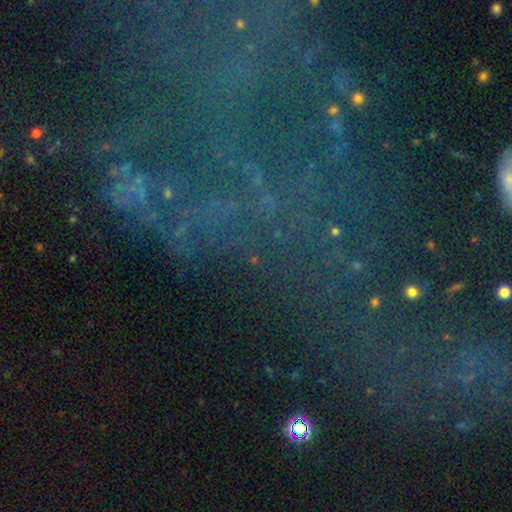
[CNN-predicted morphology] Smooth or featured?
  - star or artifact: 60% *
  - featured or disk: 24%
  - smooth: 16%